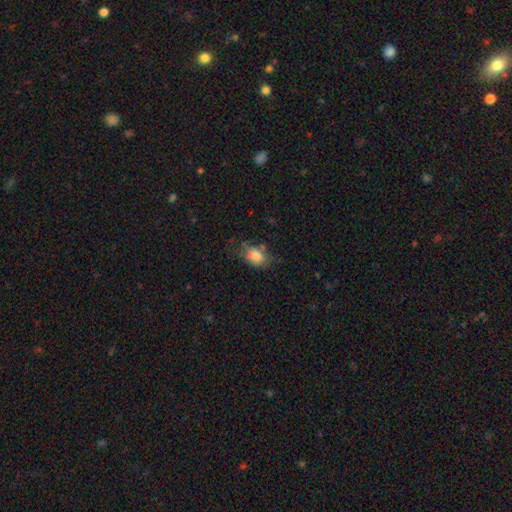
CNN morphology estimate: smooth 75%, featured or disk 15%, star or artifact 10%. Down the decision tree: how rounded — in between (73%); merging — none (49%).